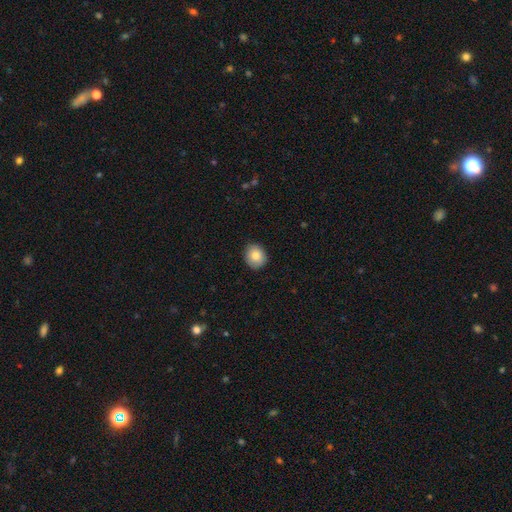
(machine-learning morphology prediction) type=smooth (85%); roundness=round (66%); merging=none (87%).